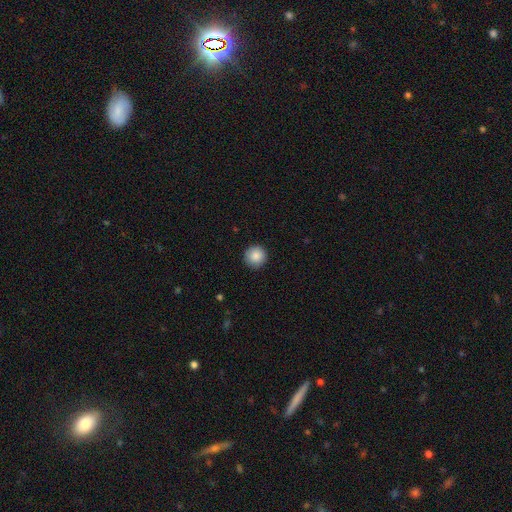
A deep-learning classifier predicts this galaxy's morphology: Smooth or featured?
  - smooth: 88% *
  - star or artifact: 8%
  - featured or disk: 4%
How rounded?
  - round: 96% *
  - in between: 3%
  - cigar-shaped: 1%
Merging?
  - none: 91% *
  - minor disturbance: 7%
  - major disturbance: 2%
  - merger: 1%